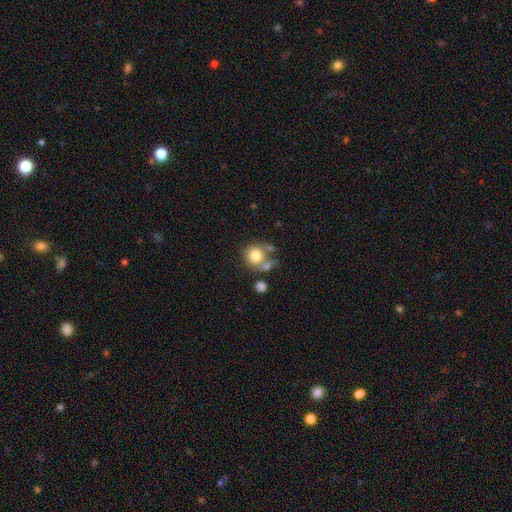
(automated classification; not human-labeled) Q: Smooth or featured?
A: smooth (77%); runner-up: featured or disk (13%)
Q: How rounded?
A: round (84%); runner-up: in between (15%)
Q: Merging?
A: none (50%); runner-up: merger (26%)